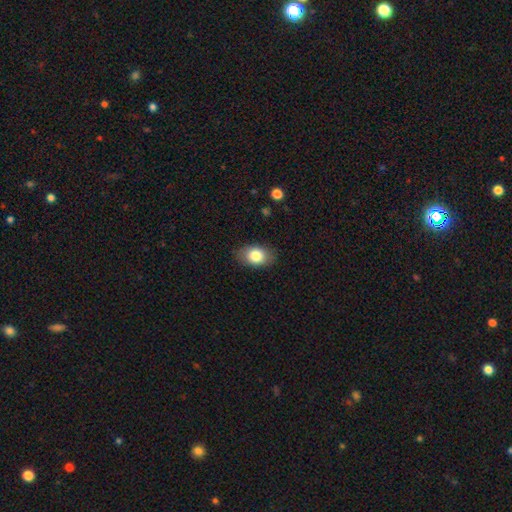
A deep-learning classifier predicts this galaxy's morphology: Smooth or featured: smooth — 81% (featured or disk — 11%)
How rounded: in between — 82% (round — 17%)
Merging: none — 85% (minor disturbance — 11%)